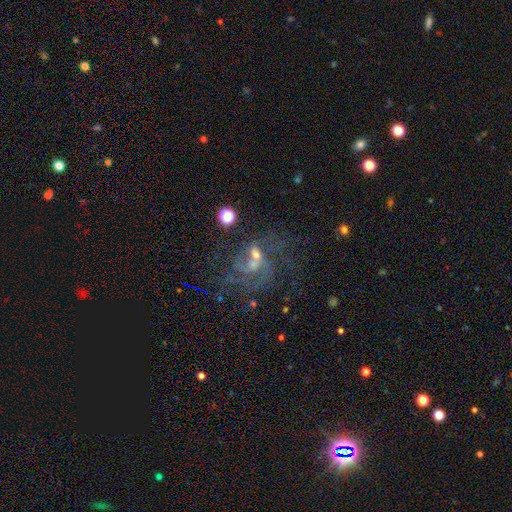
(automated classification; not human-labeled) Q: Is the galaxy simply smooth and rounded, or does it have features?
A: featured or disk — 71%.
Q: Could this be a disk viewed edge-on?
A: no — 97%.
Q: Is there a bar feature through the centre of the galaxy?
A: no — 59%.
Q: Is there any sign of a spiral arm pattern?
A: yes — 78%.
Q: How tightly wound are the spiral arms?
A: medium — 44%.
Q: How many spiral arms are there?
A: can't tell — 31%.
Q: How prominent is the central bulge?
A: small — 42%.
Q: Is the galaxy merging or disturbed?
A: none — 35%.